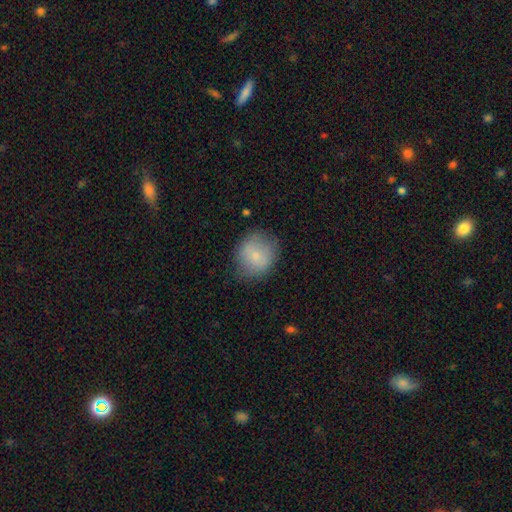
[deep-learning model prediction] The model was most divided on "merging": none: 73%, minor disturbance: 19%, major disturbance: 6%, merger: 1%. More confident: smooth or featured — smooth (78%); how rounded — round (77%).